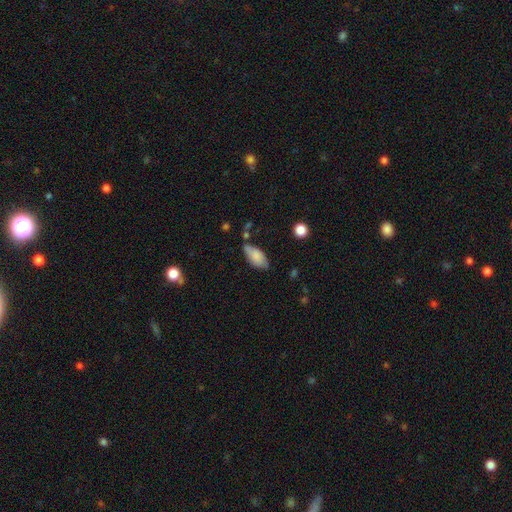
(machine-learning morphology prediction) Overall: smooth (80%). How rounded: in between (91%). Merging: none (63%; minor disturbance 26%).